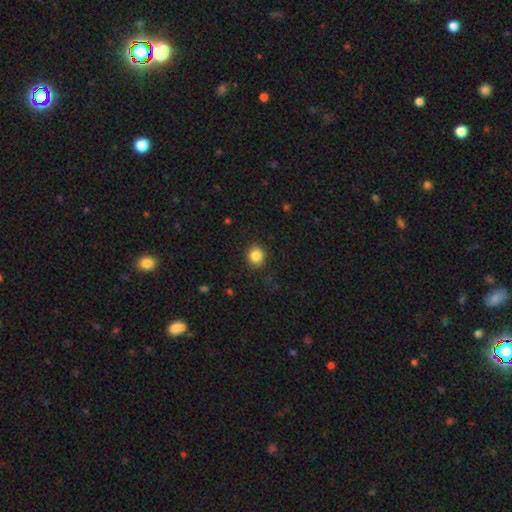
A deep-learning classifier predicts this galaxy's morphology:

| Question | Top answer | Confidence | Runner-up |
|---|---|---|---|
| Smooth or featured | smooth | 86% | star or artifact (10%) |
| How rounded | round | 77% | in between (22%) |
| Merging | none | 89% | minor disturbance (7%) |